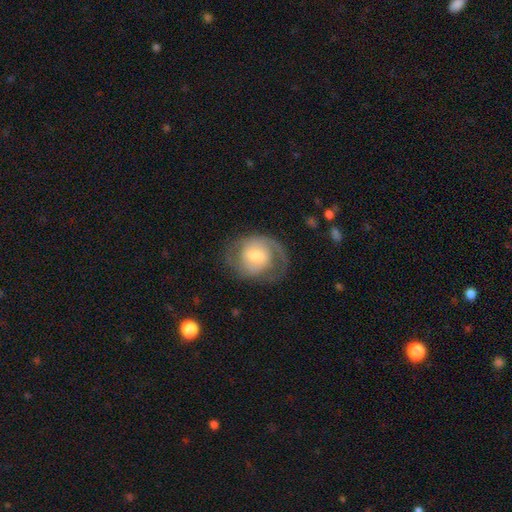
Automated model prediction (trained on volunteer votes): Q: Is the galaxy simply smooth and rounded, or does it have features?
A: featured or disk — 72%.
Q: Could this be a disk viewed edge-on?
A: no — 97%.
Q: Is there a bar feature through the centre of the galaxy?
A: weak — 50%.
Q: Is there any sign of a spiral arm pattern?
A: yes — 89%.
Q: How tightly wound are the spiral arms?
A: medium — 45%.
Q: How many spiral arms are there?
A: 2 — 70%.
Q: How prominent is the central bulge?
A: moderate — 56%.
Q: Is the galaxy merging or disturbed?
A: none — 68%.